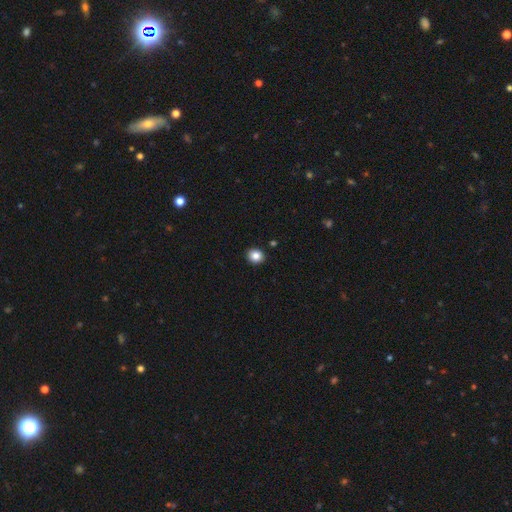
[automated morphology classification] Overall: smooth (86%). How rounded: round (80%). Merging: none (92%).